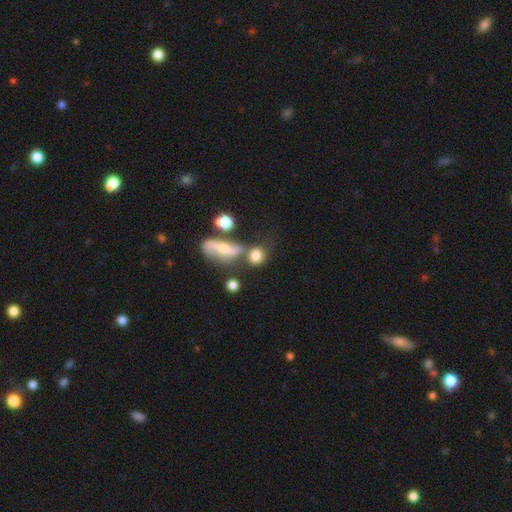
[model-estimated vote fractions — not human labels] This is likely a smooth galaxy (71%). How rounded: possibly round (59%). Merging: marginally none (45%).